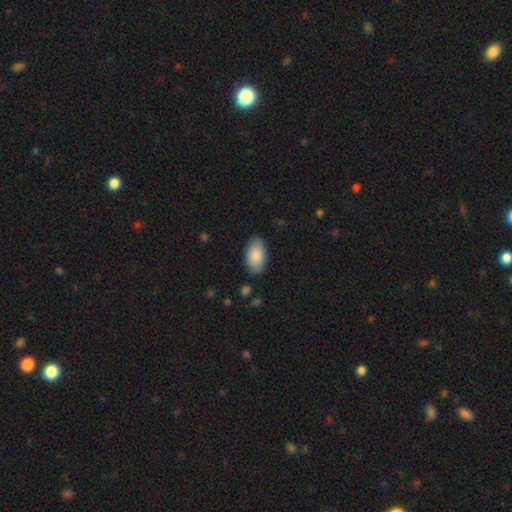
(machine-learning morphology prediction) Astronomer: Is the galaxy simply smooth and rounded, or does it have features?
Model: smooth — 88%.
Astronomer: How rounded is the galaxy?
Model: in between — 95%.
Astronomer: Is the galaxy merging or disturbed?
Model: none — 86%.